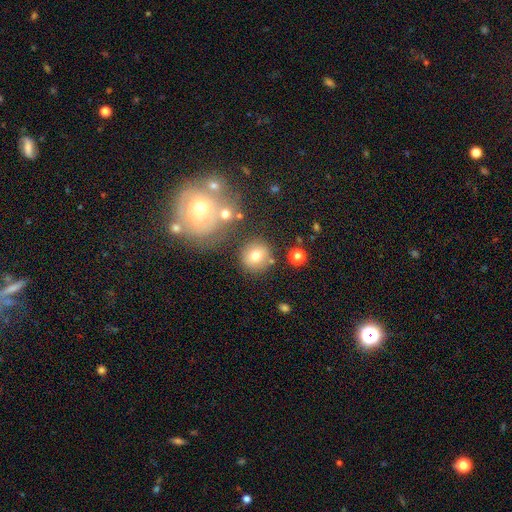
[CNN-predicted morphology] Q: Smooth or featured?
A: smooth (74%); runner-up: featured or disk (14%)
Q: How rounded?
A: round (89%); runner-up: in between (10%)
Q: Merging?
A: none (78%); runner-up: minor disturbance (10%)